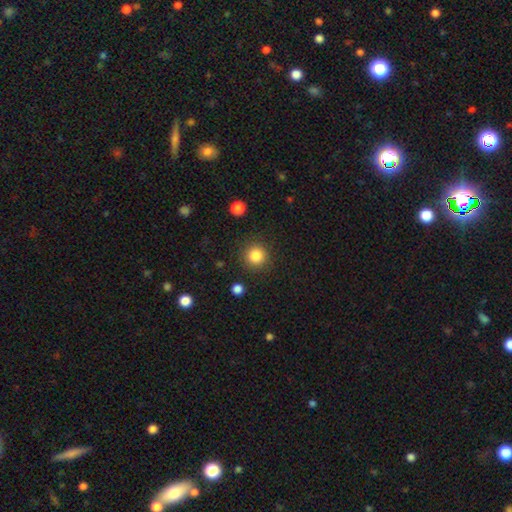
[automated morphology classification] type=smooth (85%); roundness=round (94%); merging=none (89%).